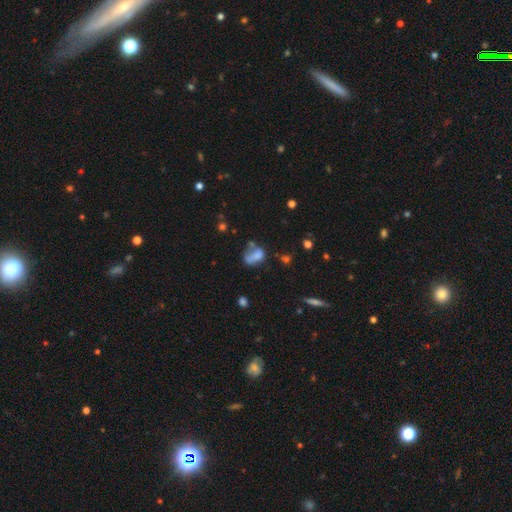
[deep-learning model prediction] The model was most divided on "merging": merger: 31%, none: 25%, major disturbance: 24%, minor disturbance: 20%. More confident: how rounded — in between (79%); smooth or featured — smooth (61%).